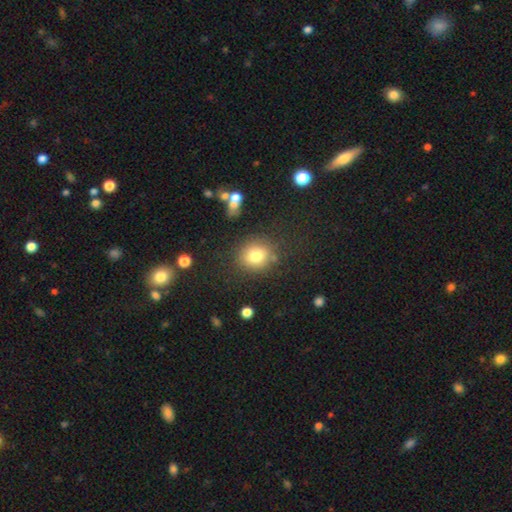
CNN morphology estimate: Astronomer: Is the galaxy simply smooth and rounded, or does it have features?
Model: smooth — 79%.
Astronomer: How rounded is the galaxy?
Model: round — 75%.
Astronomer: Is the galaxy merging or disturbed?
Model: none — 79%.